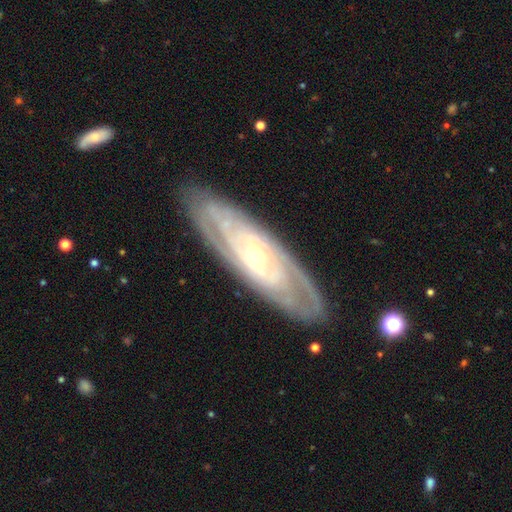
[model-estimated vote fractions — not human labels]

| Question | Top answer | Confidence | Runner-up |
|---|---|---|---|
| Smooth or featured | featured or disk | 86% | smooth (9%) |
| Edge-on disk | no | 84% | yes (16%) |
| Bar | no | 58% | weak (30%) |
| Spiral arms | yes | 94% | no (6%) |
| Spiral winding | tight | 72% | medium (23%) |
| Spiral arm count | can't tell | 39% | 2 (25%) |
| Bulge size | small | 70% | moderate (27%) |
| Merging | none | 84% | minor disturbance (12%) |